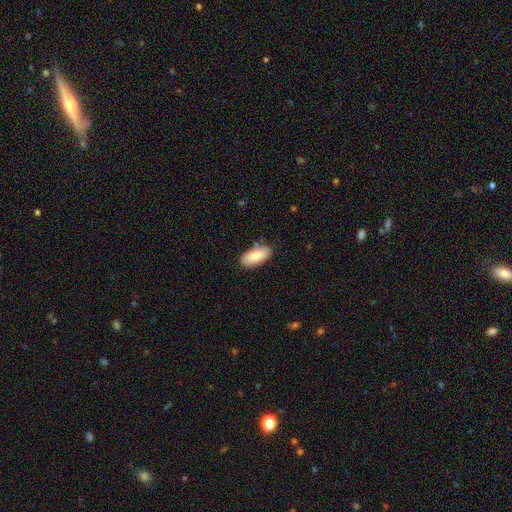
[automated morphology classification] Overall: smooth (80%). How rounded: in between (91%). Merging: none (81%).